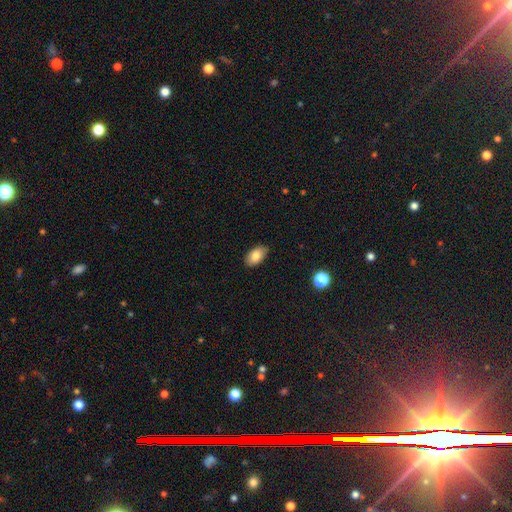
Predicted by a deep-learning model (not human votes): Smooth or featured? smooth (83%)
How rounded? in between (93%)
Merging? none (84%)